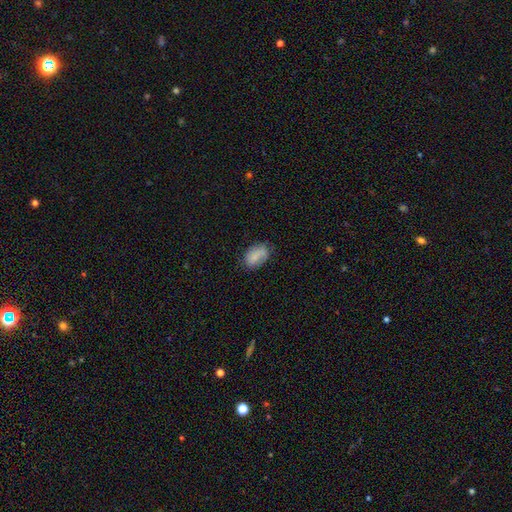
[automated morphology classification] smooth-or-featured: smooth: 75% | featured or disk: 17% | star or artifact: 8%
  how-rounded: in between: 86% | round: 12% | cigar-shaped: 1%
  merging: none: 63% | minor disturbance: 28% | major disturbance: 8% | merger: 2%